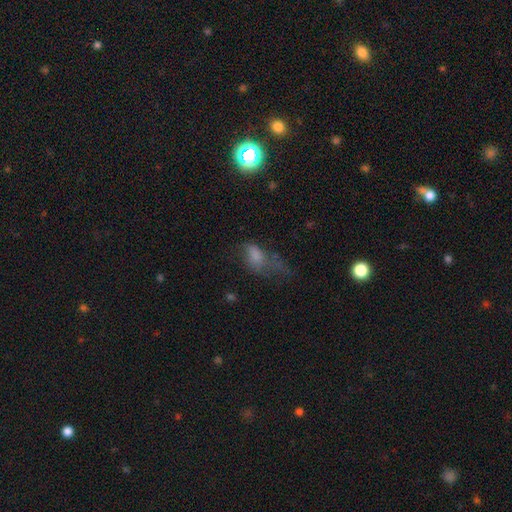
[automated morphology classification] Smooth or featured: smooth — 55% (featured or disk — 23%)
How rounded: in between — 76% (round — 17%)
Merging: major disturbance — 46% (none — 26%)